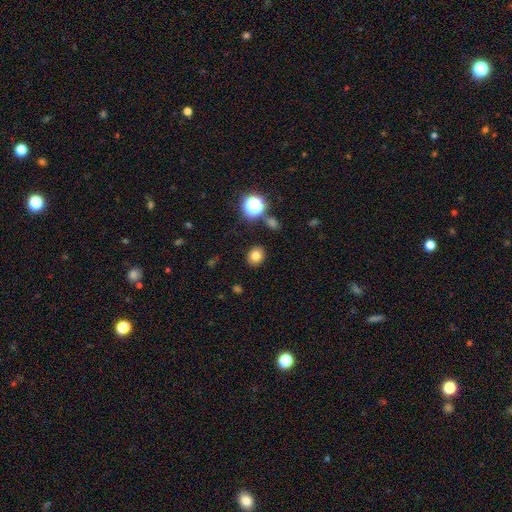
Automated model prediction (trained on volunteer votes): Smooth or featured: smooth — 78% (star or artifact — 15%)
How rounded: round — 64% (in between — 35%)
Merging: none — 87% (minor disturbance — 8%)